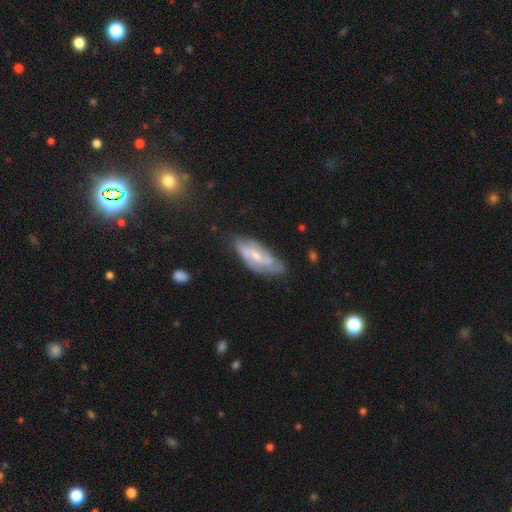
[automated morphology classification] Q: Smooth or featured?
A: featured or disk (69%); runner-up: smooth (25%)
Q: Edge-on disk?
A: no (89%); runner-up: yes (11%)
Q: Bar?
A: weak (44%); runner-up: no (43%)
Q: Spiral arms?
A: yes (80%); runner-up: no (20%)
Q: Bulge size?
A: moderate (46%); runner-up: small (42%)
Q: Merging?
A: none (59%); runner-up: minor disturbance (27%)